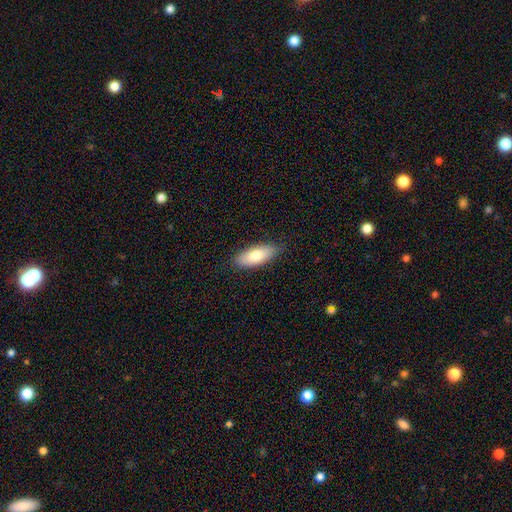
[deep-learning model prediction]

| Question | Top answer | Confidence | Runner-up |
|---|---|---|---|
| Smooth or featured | smooth | 77% | featured or disk (17%) |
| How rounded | in between | 77% | cigar-shaped (20%) |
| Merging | none | 85% | minor disturbance (12%) |